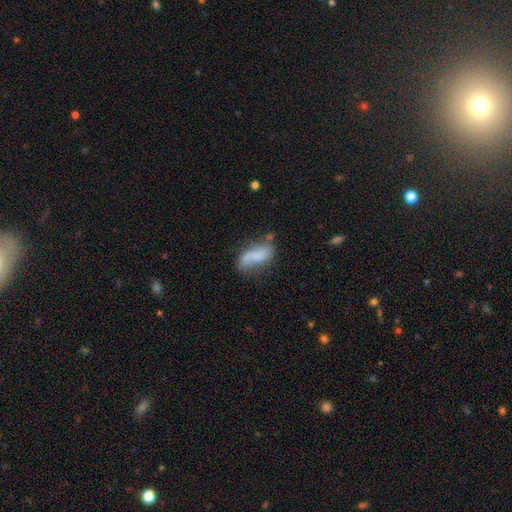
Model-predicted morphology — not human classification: type=smooth (56%); roundness=in between (82%); merging=none (46%).